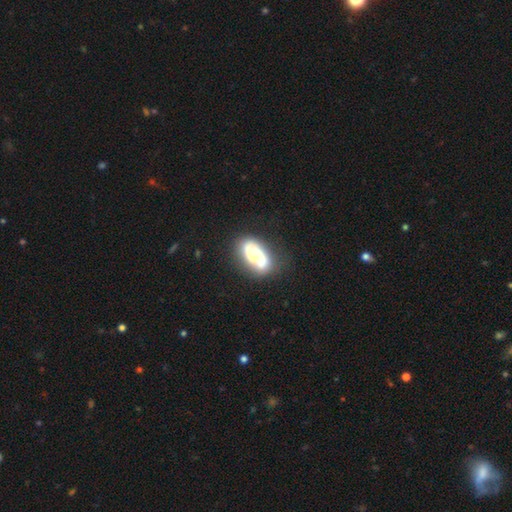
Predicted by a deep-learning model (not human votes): Smooth or featured? featured or disk (59%)
Edge-on disk? no (95%)
Bar? no (68%)
Spiral arms? yes (76%)
Bulge size? moderate (35%)
Merging? none (50%)